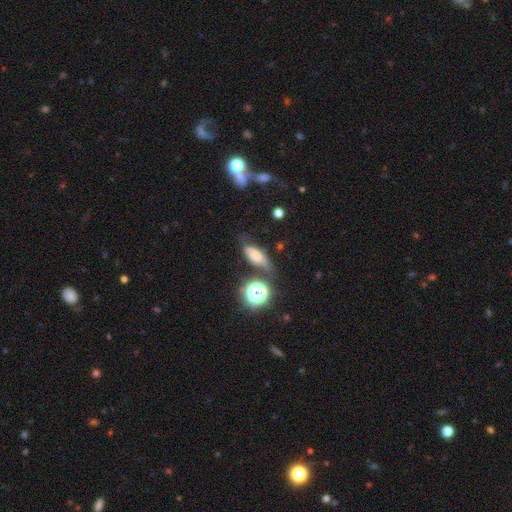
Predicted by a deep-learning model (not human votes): This is possibly a smooth galaxy (58%). How rounded: likely in between (69%). Merging: possibly none (54%).